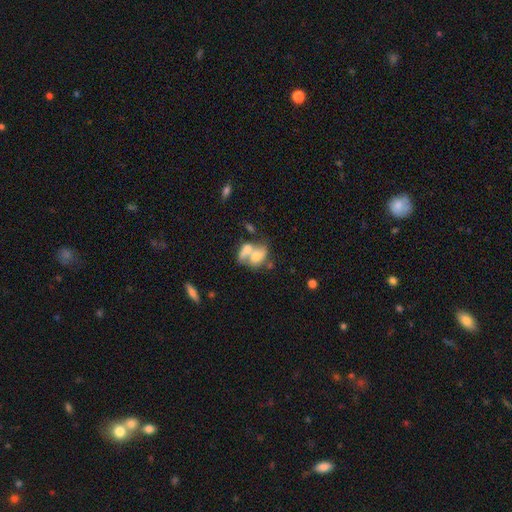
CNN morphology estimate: Overall: smooth (56%; featured or disk 34%). How rounded: in between (79%). Merging: merger (63%).